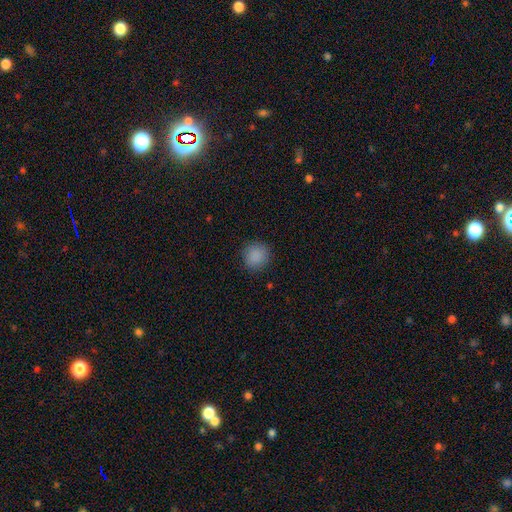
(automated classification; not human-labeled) smooth 88%, star or artifact 9%, featured or disk 3%. Down the decision tree: how rounded — round (90%); merging — none (88%).